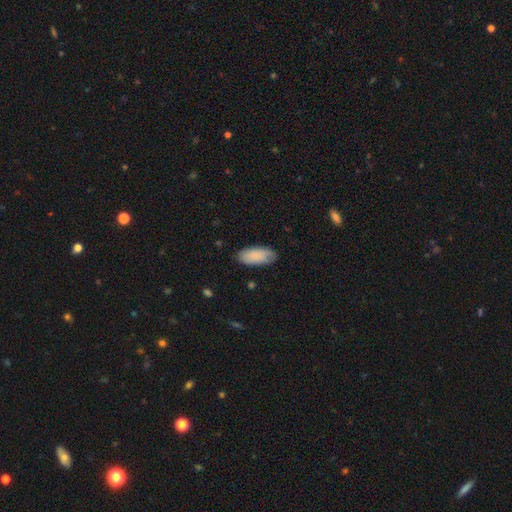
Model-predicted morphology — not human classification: A smooth galaxy with no disk features (87%) that is in between round and cigar-shaped (90%).

Vote fractions:
- Smooth or featured? smooth: 87% / featured or disk: 8% / star or artifact: 6%
- How rounded? in between: 90% / cigar-shaped: 9% / round: 2%
- Merging? none: 82% / minor disturbance: 14% / major disturbance: 3% / merger: 1%